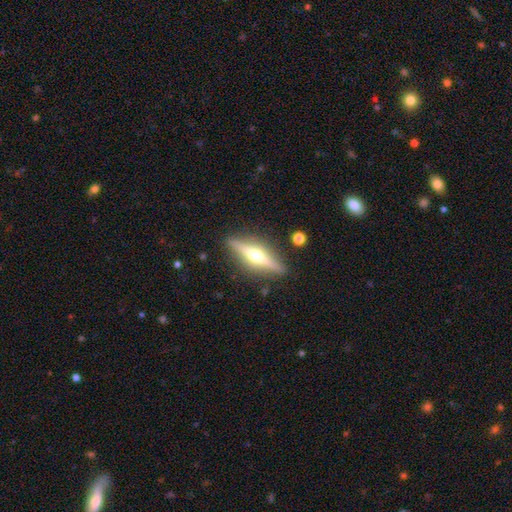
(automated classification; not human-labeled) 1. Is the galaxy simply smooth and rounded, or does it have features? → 73% featured or disk, 21% smooth, 6% star or artifact.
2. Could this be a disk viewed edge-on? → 96% yes, 4% no.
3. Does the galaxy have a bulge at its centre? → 95% rounded, 3% boxy, 3% none.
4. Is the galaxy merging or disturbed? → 88% none, 8% minor disturbance, 2% major disturbance, 2% merger.